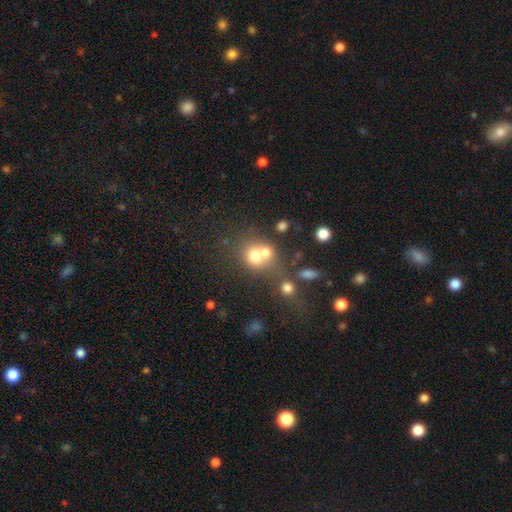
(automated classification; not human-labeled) A smooth galaxy with no disk features (68%) that is round (77%). Merging: merger (57%).